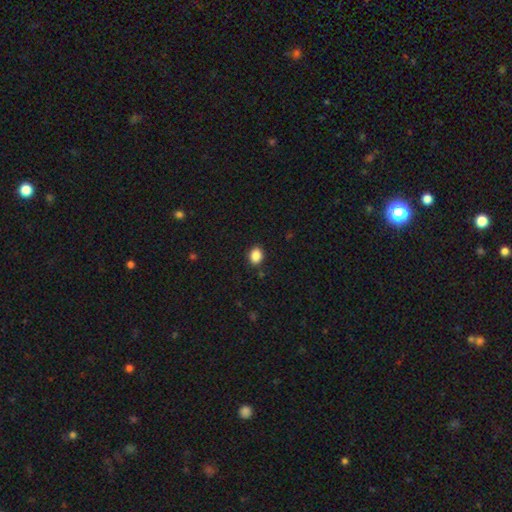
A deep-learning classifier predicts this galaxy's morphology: Smooth or featured? smooth (87%)
How rounded? in between (57%)
Merging? none (88%)